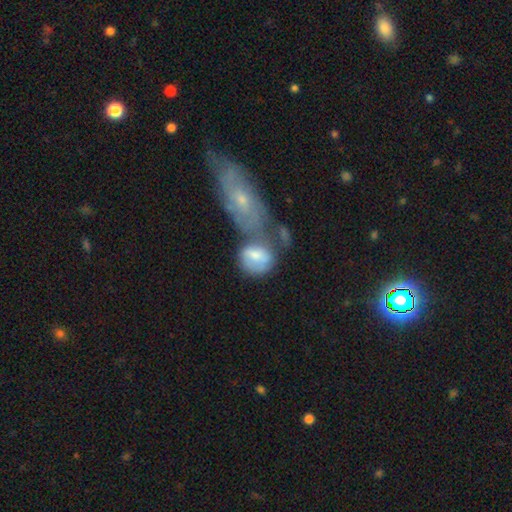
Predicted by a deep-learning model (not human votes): This appears to be a smooth galaxy with no disk features (58%) that is in between round and cigar-shaped (49%). Merging: merger (47%).